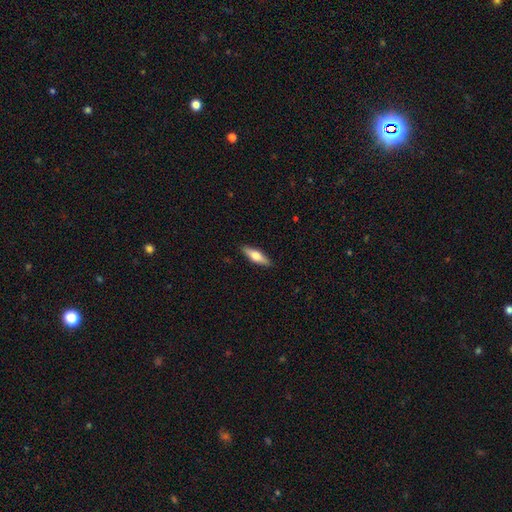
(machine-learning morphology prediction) This appears to be a smooth galaxy with no disk features (57%) that is cigar-shaped (55%). Merging: none (89%).